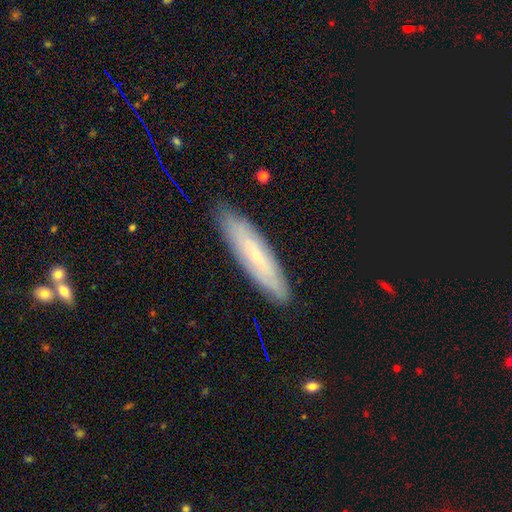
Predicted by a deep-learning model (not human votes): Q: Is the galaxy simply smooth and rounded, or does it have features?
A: smooth — 47%.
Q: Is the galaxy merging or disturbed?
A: none — 87%.